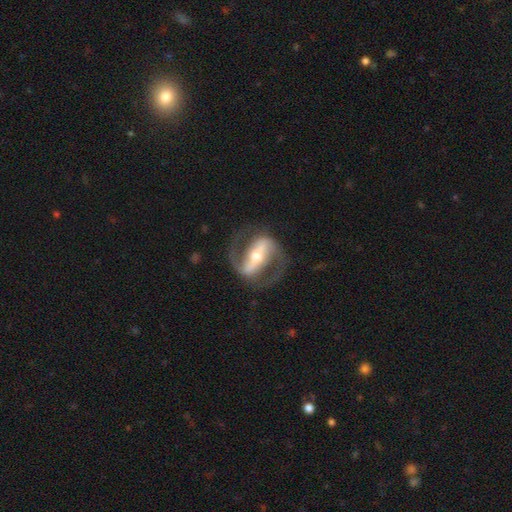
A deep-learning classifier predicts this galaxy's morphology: smooth-or-featured: featured or disk: 89% | smooth: 6% | star or artifact: 4%
  disk-edge-on: no: 94% | yes: 6%
    bar: strong: 76% | weak: 17% | no: 7%
    has-spiral-arms: yes: 93% | no: 7%
      spiral-winding: medium: 58% | loose: 23% | tight: 19%
      spiral-arm-count: 2: 93% | can't tell: 3% | 1: 2% | 3: 1% | 4: 1% | more than 4: 1%
    bulge-size: moderate: 59% | small: 28% | large: 10% | none: 2% | dominant: 2%
  merging: none: 78% | minor disturbance: 11% | major disturbance: 9% | merger: 1%